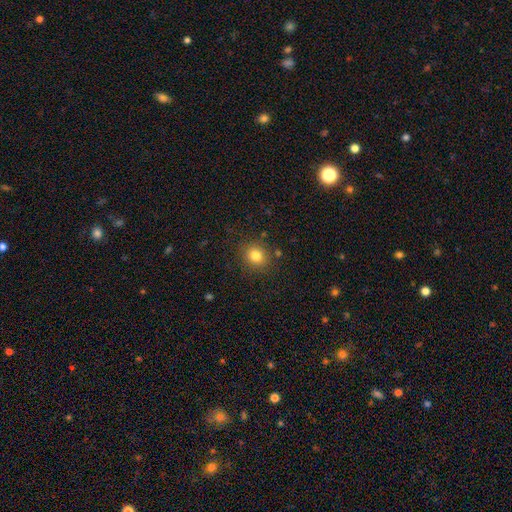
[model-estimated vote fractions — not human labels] This appears to be a smooth galaxy with no disk features (80%) that is round (81%). Merging: none (86%).